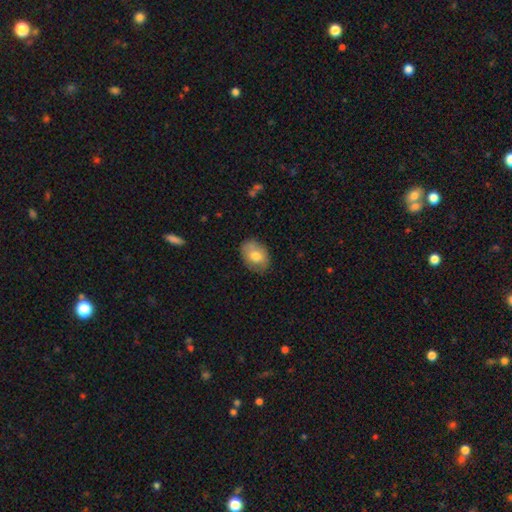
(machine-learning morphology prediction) Overall: smooth (75%). How rounded: in between (77%). Merging: none (80%).